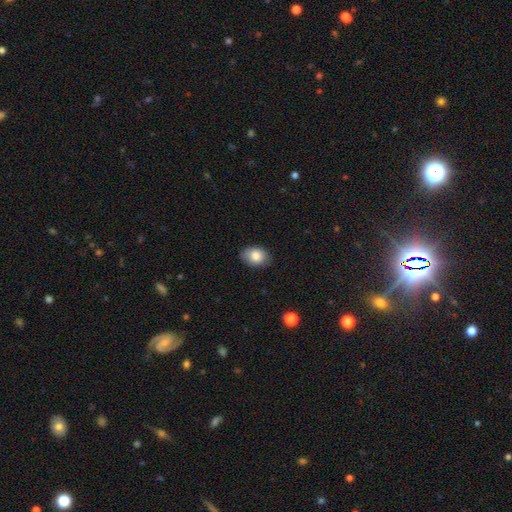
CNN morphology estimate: smooth 85%, star or artifact 8%, featured or disk 7%. Down the decision tree: how rounded — in between (75%); merging — none (82%).